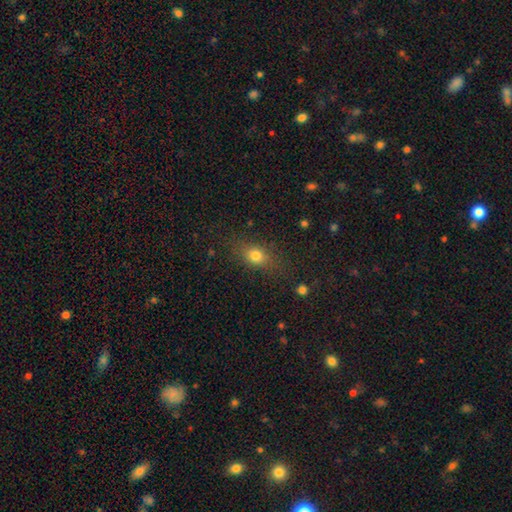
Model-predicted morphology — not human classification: smooth 75%, star or artifact 14%, featured or disk 11%. Down the decision tree: how rounded — in between (57%); merging — none (76%).